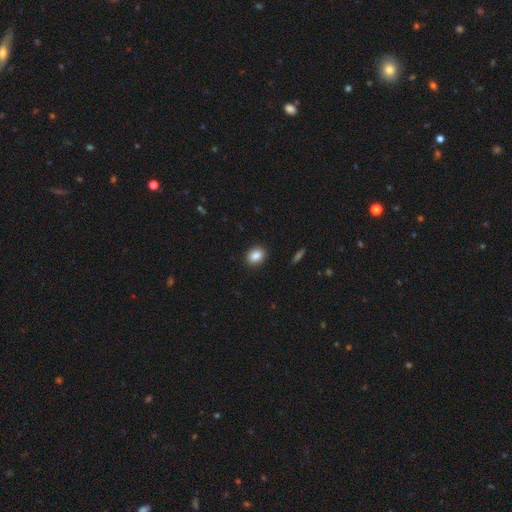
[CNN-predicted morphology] Smooth or featured: smooth — 87% (star or artifact — 9%)
How rounded: in between — 62% (round — 37%)
Merging: none — 90% (minor disturbance — 7%)